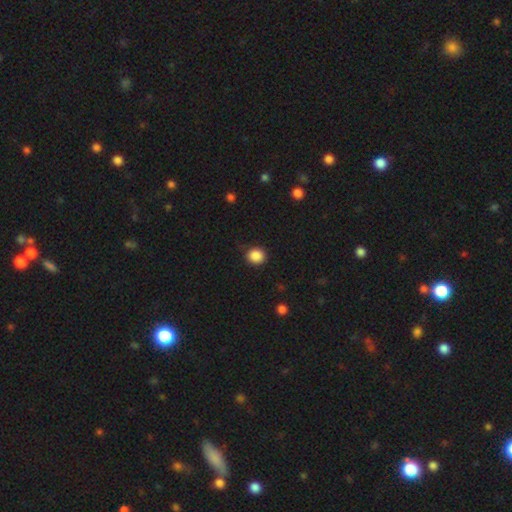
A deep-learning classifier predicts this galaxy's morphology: A smooth galaxy with no disk features (88%) that is round (83%).

Vote fractions:
- Smooth or featured? smooth: 88% / star or artifact: 9% / featured or disk: 3%
- How rounded? round: 83% / in between: 16% / cigar-shaped: 1%
- Merging? none: 87% / minor disturbance: 9% / major disturbance: 3% / merger: 1%